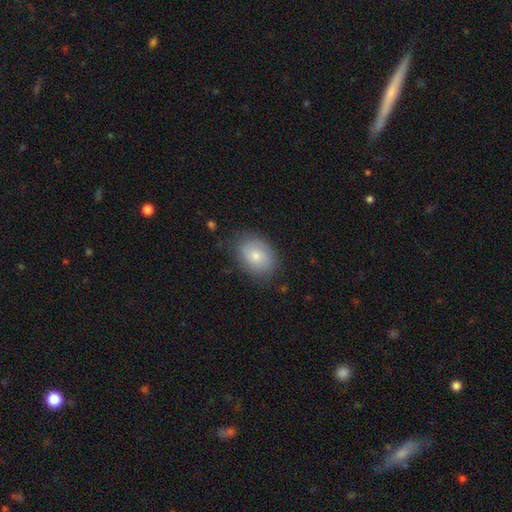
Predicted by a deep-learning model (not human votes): A smooth galaxy with no disk features (67%) that is in between round and cigar-shaped (66%). Merging: none (76%).